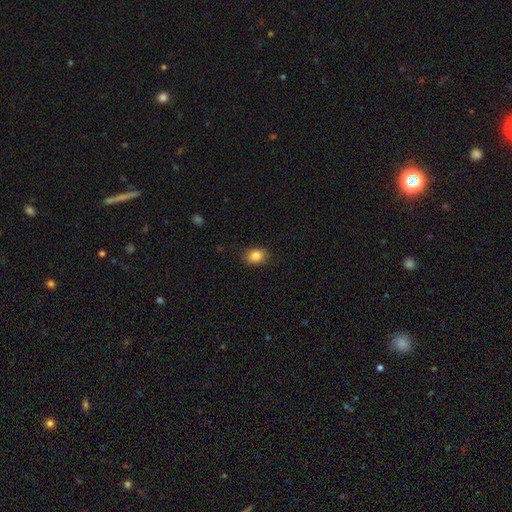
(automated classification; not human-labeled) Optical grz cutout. It shows a smooth galaxy with no disk features (86%) that is in between round and cigar-shaped (64%). Merging: none (85%).